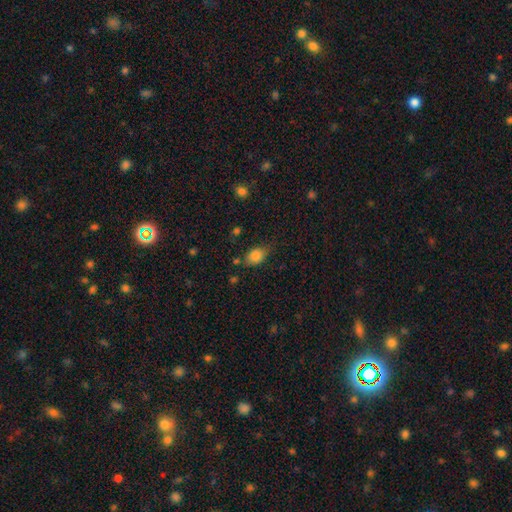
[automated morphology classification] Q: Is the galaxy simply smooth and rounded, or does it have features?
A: smooth — 84%.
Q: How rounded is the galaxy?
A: in between — 75%.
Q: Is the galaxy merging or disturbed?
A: none — 63%.